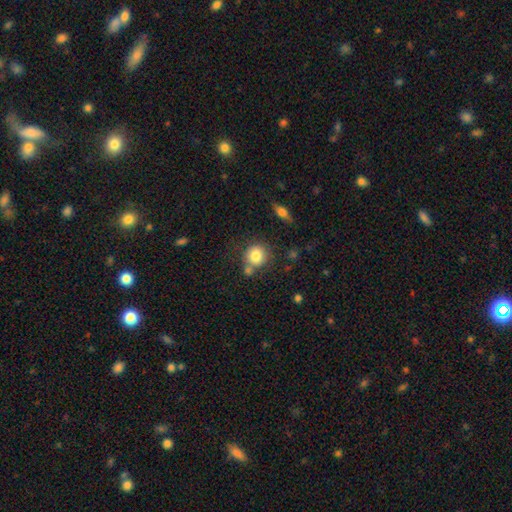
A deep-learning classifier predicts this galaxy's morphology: Smooth or featured?
  - smooth: 81% *
  - featured or disk: 10%
  - star or artifact: 9%
How rounded?
  - round: 88% *
  - in between: 11%
  - cigar-shaped: 1%
Merging?
  - none: 62% *
  - merger: 20%
  - minor disturbance: 13%
  - major disturbance: 5%